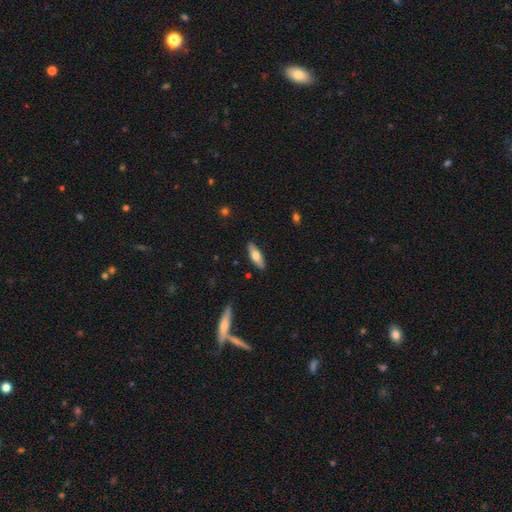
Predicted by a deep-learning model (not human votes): The model was most divided on "how rounded": in between: 54%, cigar-shaped: 44%, round: 2%. More confident: merging — none (87%); smooth or featured — smooth (61%).